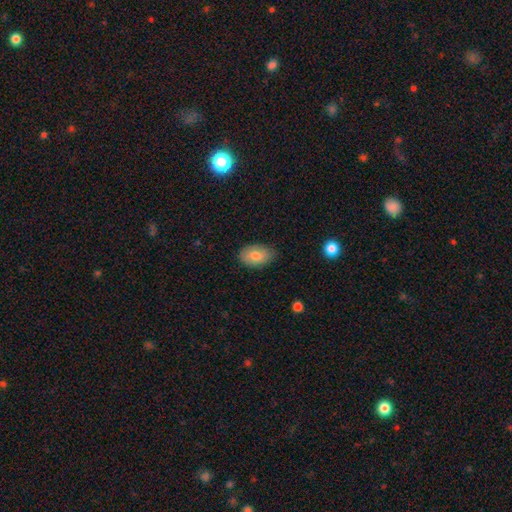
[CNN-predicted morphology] smooth-or-featured: smooth: 77% | featured or disk: 16% | star or artifact: 7%
  how-rounded: in between: 89% | round: 10% | cigar-shaped: 1%
  merging: none: 80% | minor disturbance: 16% | major disturbance: 3% | merger: 1%